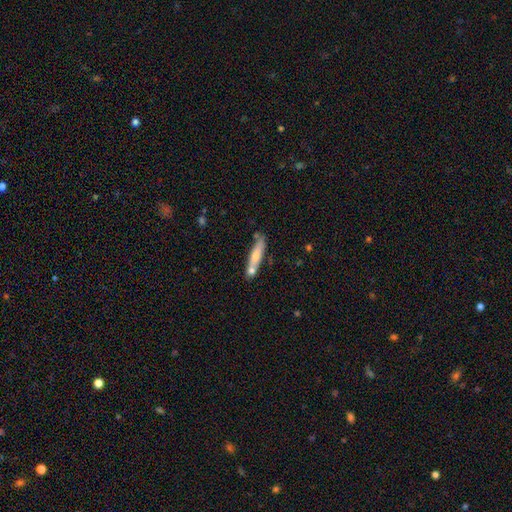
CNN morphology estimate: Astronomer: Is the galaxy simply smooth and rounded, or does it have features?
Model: smooth — 66%.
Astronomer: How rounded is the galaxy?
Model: cigar-shaped — 86%.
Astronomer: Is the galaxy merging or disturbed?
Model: none — 63%.